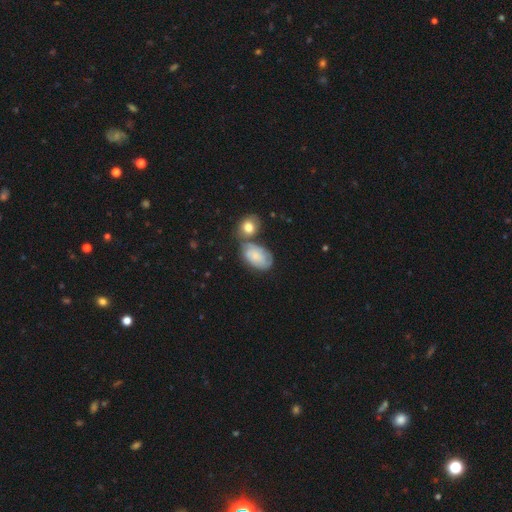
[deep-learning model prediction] smooth 52%, featured or disk 40%, star or artifact 8%. Down the decision tree: how rounded — in between (86%); merging — none (41%).